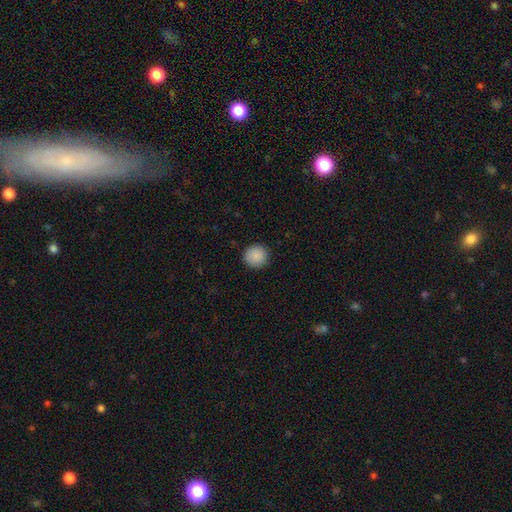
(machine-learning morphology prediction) smooth-or-featured: smooth: 89% | star or artifact: 8% | featured or disk: 3%
  how-rounded: round: 95% | in between: 4% | cigar-shaped: 1%
  merging: none: 92% | minor disturbance: 6% | major disturbance: 2% | merger: 1%